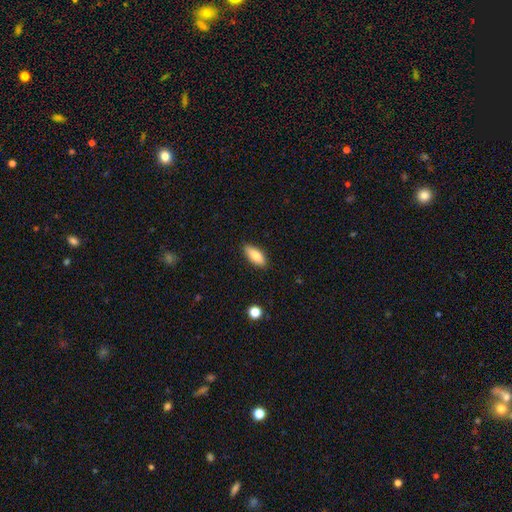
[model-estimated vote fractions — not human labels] Morphology: type=smooth (81%); roundness=in between (79%); merging=none (85%).